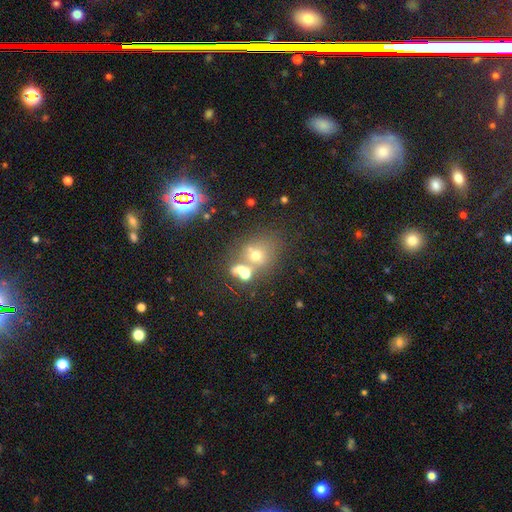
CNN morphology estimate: smooth-or-featured: smooth: 54% | star or artifact: 27% | featured or disk: 19%
  how-rounded: round: 68% | in between: 31% | cigar-shaped: 1%
  merging: merger: 43% | none: 41% | minor disturbance: 9% | major disturbance: 6%